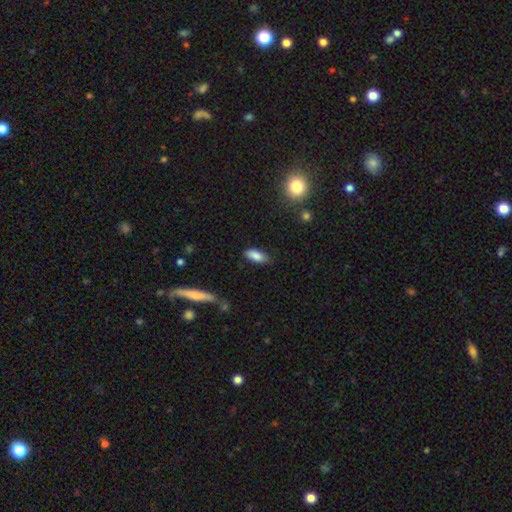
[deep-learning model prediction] Smooth or featured: smooth — 85% (featured or disk — 8%)
How rounded: in between — 82% (cigar-shaped — 15%)
Merging: none — 77% (minor disturbance — 17%)